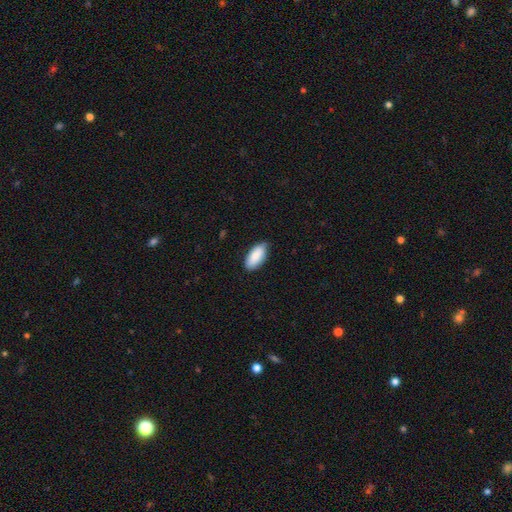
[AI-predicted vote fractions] This is clearly a smooth galaxy (86%). How rounded: clearly in between (91%). Merging: clearly none (81%).